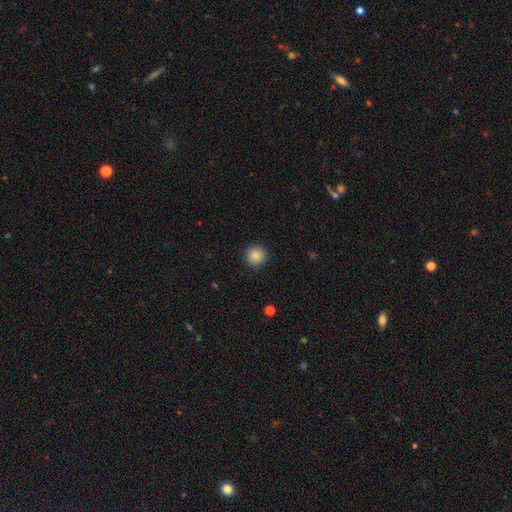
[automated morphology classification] The model was most divided on "smooth or featured": smooth: 87%, star or artifact: 10%, featured or disk: 3%. More confident: how rounded — round (95%); merging — none (92%).